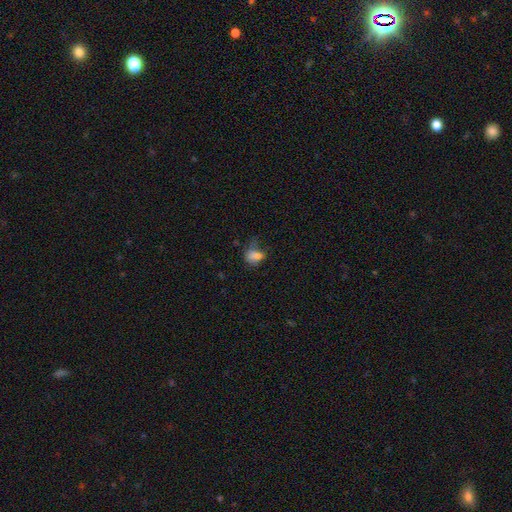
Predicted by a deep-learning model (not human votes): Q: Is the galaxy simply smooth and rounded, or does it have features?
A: smooth — 74%.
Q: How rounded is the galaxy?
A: in between — 71%.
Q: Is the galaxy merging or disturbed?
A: none — 35%.